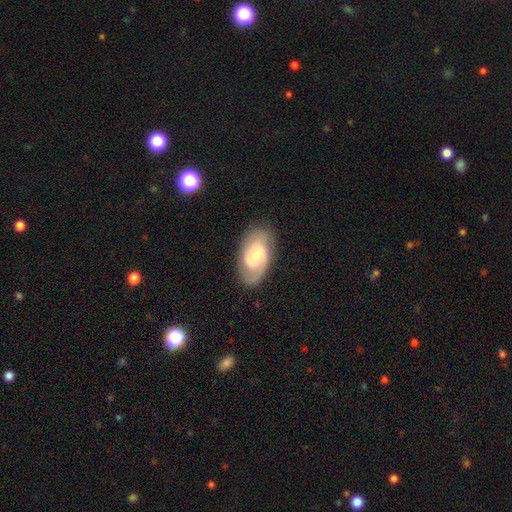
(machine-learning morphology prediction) Q: Smooth or featured?
A: featured or disk (66%); runner-up: smooth (28%)
Q: Edge-on disk?
A: no (95%); runner-up: yes (5%)
Q: Bar?
A: no (54%); runner-up: weak (39%)
Q: Spiral arms?
A: yes (88%); runner-up: no (12%)
Q: Spiral winding?
A: medium (43%); runner-up: tight (41%)
Q: Spiral arm count?
A: 2 (63%); runner-up: can't tell (18%)
Q: Bulge size?
A: small (53%); runner-up: moderate (39%)
Q: Merging?
A: none (76%); runner-up: minor disturbance (17%)